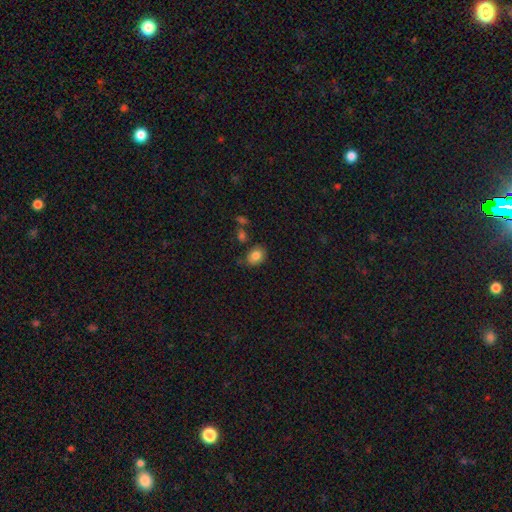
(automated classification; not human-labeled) This appears to be a smooth galaxy with no disk features (83%) that is in between round and cigar-shaped (72%). Merging: none (77%).